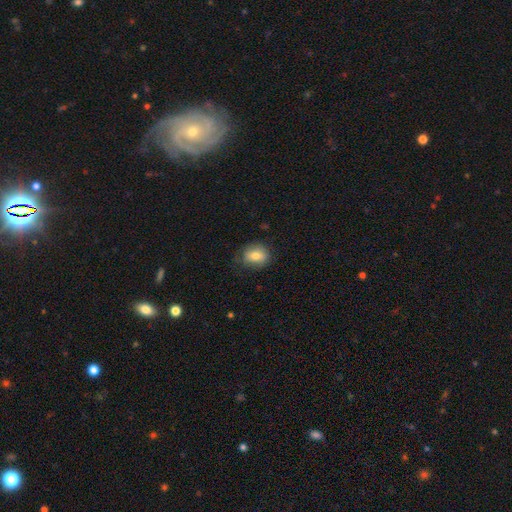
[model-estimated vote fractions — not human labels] Smooth or featured?
  - smooth: 76% *
  - featured or disk: 15%
  - star or artifact: 8%
How rounded?
  - round: 53% *
  - in between: 46%
  - cigar-shaped: 1%
Merging?
  - none: 77% *
  - minor disturbance: 17%
  - major disturbance: 5%
  - merger: 1%